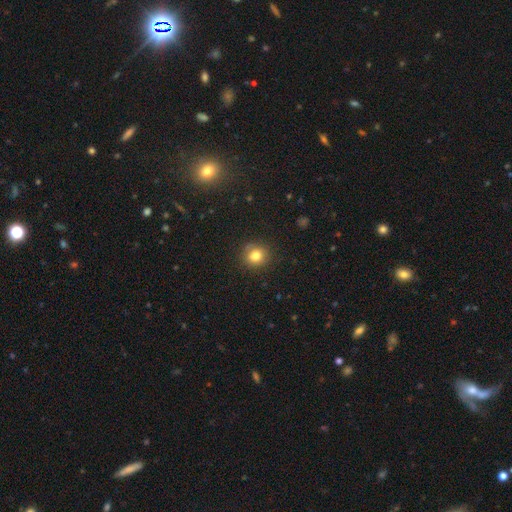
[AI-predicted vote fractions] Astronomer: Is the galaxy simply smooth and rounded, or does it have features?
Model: smooth — 80%.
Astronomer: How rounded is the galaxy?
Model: round — 85%.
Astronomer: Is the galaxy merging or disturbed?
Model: none — 84%.